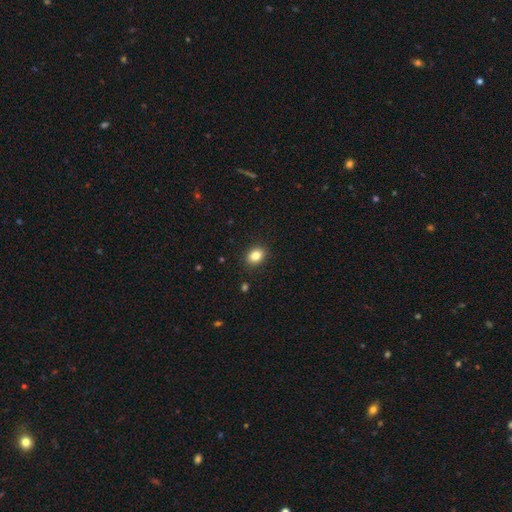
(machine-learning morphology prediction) Smooth or featured?
  - smooth: 84% *
  - star or artifact: 10%
  - featured or disk: 6%
How rounded?
  - in between: 59% *
  - round: 40%
  - cigar-shaped: 1%
Merging?
  - none: 89% *
  - minor disturbance: 7%
  - major disturbance: 2%
  - merger: 1%